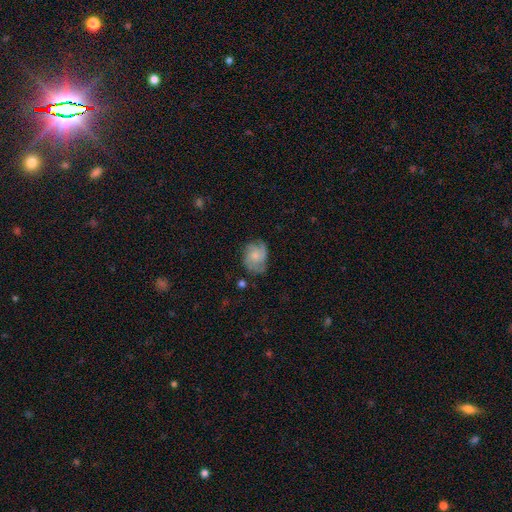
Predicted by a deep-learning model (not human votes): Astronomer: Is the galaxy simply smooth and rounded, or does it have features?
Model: featured or disk — 60%.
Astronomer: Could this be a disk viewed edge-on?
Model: no — 98%.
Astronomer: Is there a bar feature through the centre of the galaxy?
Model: no — 77%.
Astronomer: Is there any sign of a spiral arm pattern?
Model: yes — 90%.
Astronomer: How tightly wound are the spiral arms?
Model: medium — 43% (runner-up: tight, 37%).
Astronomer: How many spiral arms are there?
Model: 3 — 40% (runner-up: can't tell, 21%).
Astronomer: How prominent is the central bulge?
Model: small — 44% (runner-up: moderate, 35%).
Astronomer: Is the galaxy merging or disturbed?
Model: none — 62%.